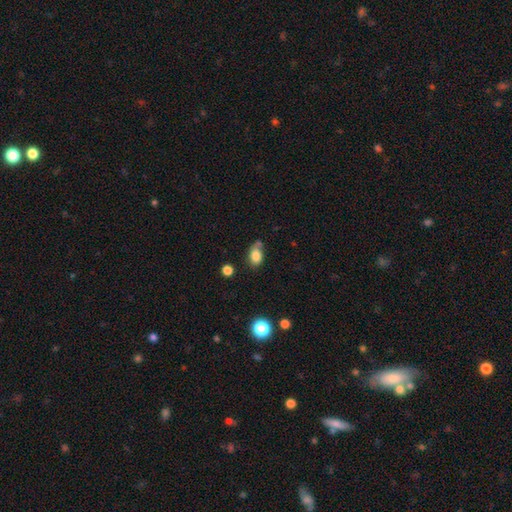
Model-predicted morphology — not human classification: smooth-or-featured: smooth: 82% | star or artifact: 10% | featured or disk: 9%
  how-rounded: in between: 83% | round: 16% | cigar-shaped: 2%
  merging: none: 55% | minor disturbance: 25% | merger: 13% | major disturbance: 7%